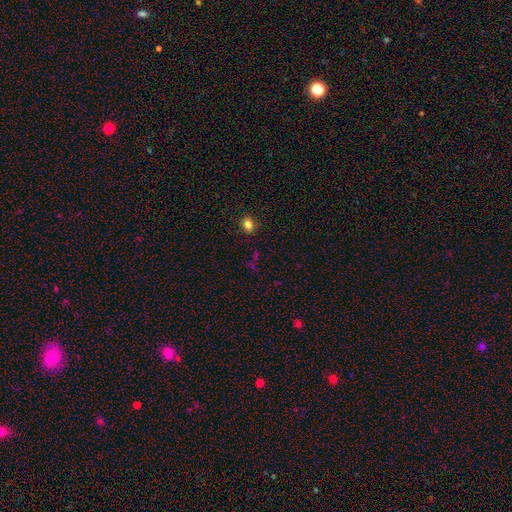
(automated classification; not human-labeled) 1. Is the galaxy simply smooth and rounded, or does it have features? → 62% smooth, 32% star or artifact, 6% featured or disk.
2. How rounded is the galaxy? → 52% in between, 44% round, 4% cigar-shaped.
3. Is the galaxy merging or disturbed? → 84% none, 9% minor disturbance, 4% major disturbance, 3% merger.